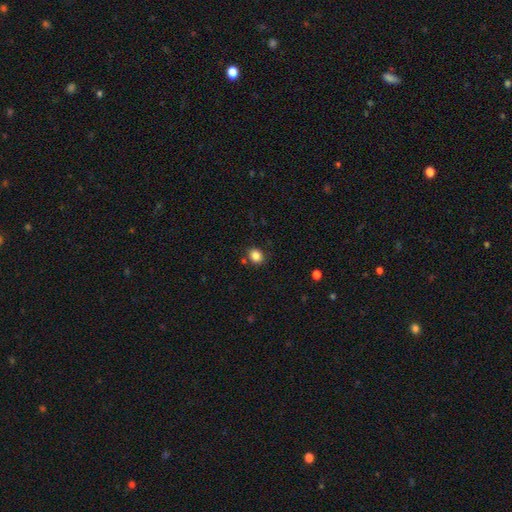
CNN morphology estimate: Q: Smooth or featured?
A: smooth (84%); runner-up: star or artifact (11%)
Q: How rounded?
A: round (64%); runner-up: in between (36%)
Q: Merging?
A: none (80%); runner-up: minor disturbance (12%)